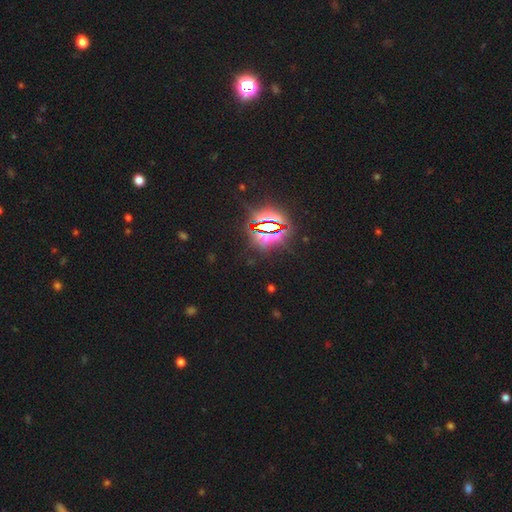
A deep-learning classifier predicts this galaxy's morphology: A star or artifact, not a galaxy (85%).